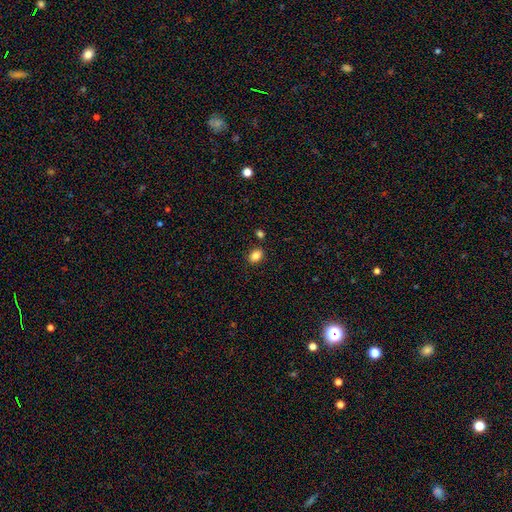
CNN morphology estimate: A smooth galaxy with no disk features (84%) that is in between round and cigar-shaped (72%).

Vote fractions:
- Smooth or featured? smooth: 84% / star or artifact: 10% / featured or disk: 6%
- How rounded? in between: 72% / round: 27% / cigar-shaped: 1%
- Merging? none: 83% / minor disturbance: 9% / merger: 5% / major disturbance: 2%